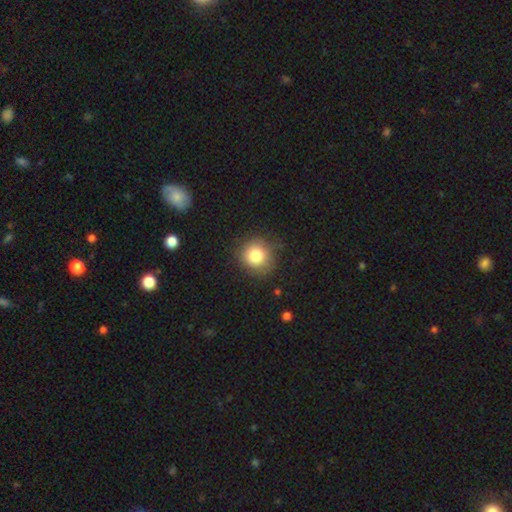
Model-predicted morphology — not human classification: Q: Smooth or featured?
A: smooth (82%); runner-up: star or artifact (10%)
Q: How rounded?
A: round (90%); runner-up: in between (9%)
Q: Merging?
A: none (80%); runner-up: minor disturbance (14%)